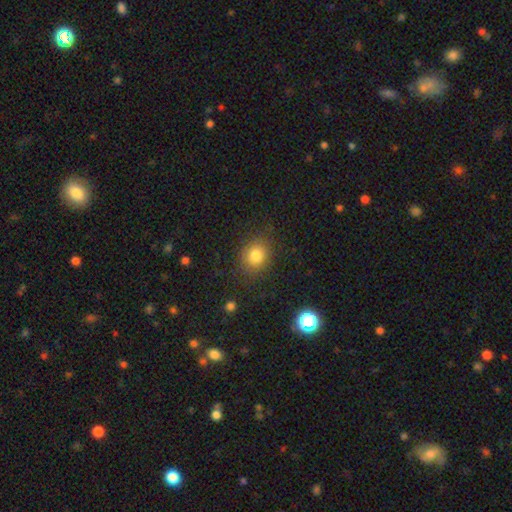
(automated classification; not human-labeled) Q: Smooth or featured?
A: smooth (80%); runner-up: star or artifact (12%)
Q: How rounded?
A: round (68%); runner-up: in between (31%)
Q: Merging?
A: none (83%); runner-up: minor disturbance (11%)